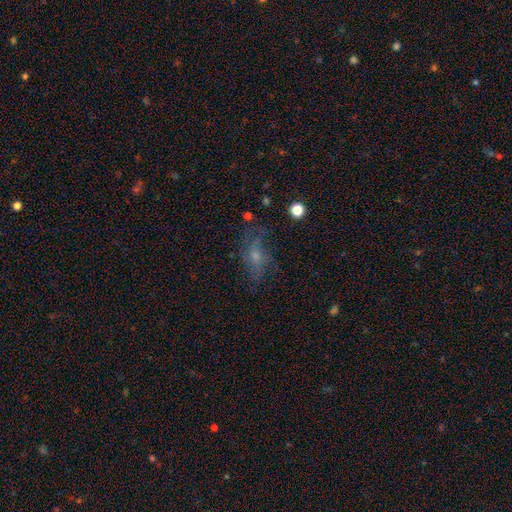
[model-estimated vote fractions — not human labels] Overall: featured or disk (47%; smooth 34%). Merging: none (55%; minor disturbance 21%).